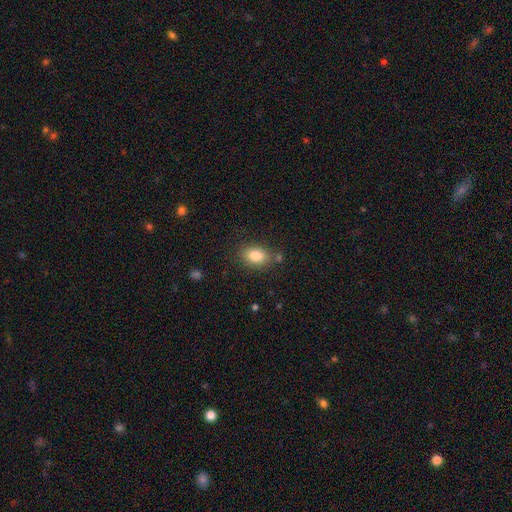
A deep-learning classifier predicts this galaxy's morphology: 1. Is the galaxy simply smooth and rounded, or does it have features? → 84% smooth, 9% star or artifact, 7% featured or disk.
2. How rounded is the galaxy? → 82% in between, 17% round, 2% cigar-shaped.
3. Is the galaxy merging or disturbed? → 78% none, 13% minor disturbance, 5% merger, 4% major disturbance.